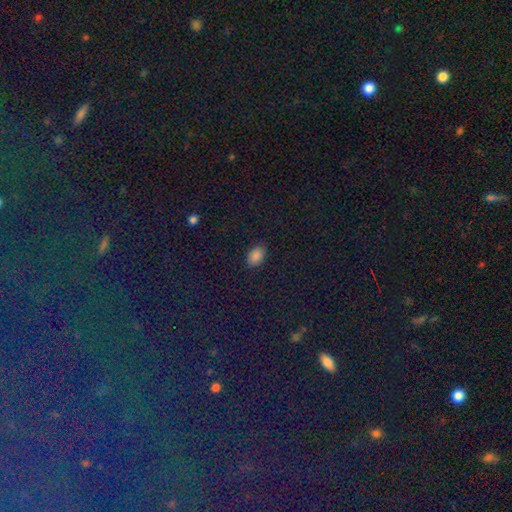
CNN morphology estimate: Smooth or featured? Predicted: smooth (p=0.85). How rounded? Predicted: in between (p=0.89). Merging? Predicted: none (p=0.86).